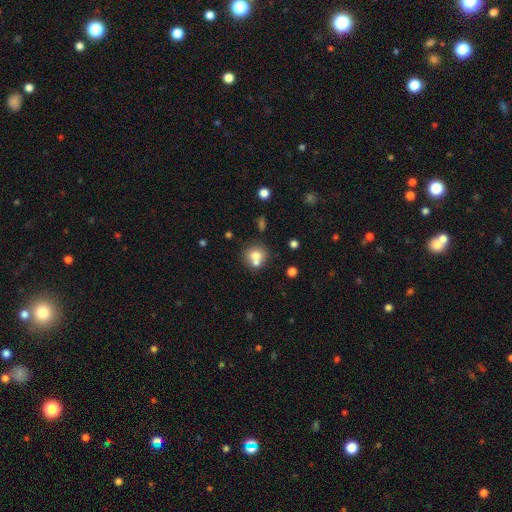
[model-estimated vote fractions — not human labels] Smooth or featured? Predicted: smooth (p=0.72). How rounded? Predicted: round (p=0.81). Merging? Predicted: none (p=0.46).